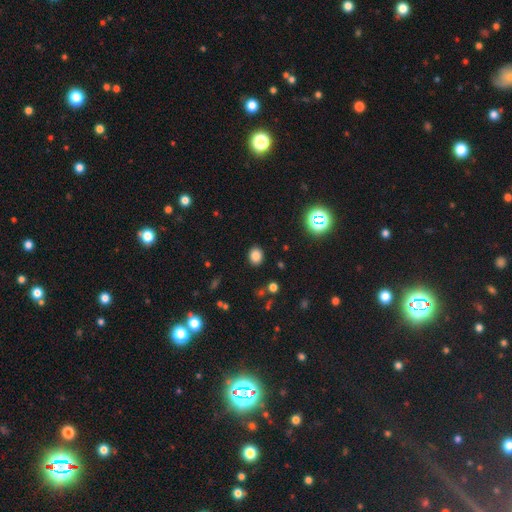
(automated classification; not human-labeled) This appears to be a smooth galaxy with no disk features (82%) that is round (57%). Merging: none (89%).